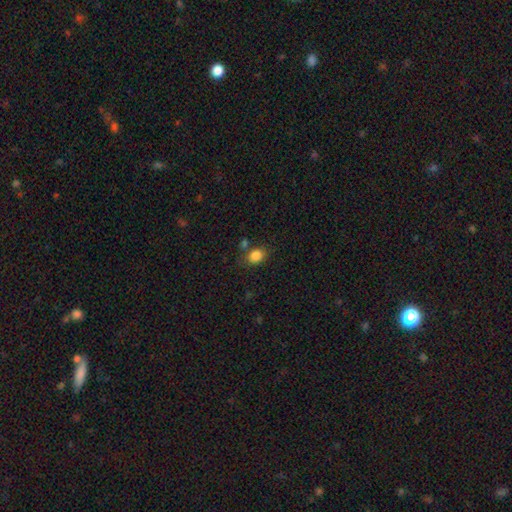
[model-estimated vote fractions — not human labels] The model was most divided on "how rounded": in between: 57%, round: 42%, cigar-shaped: 1%. More confident: smooth or featured — smooth (84%); merging — none (71%).